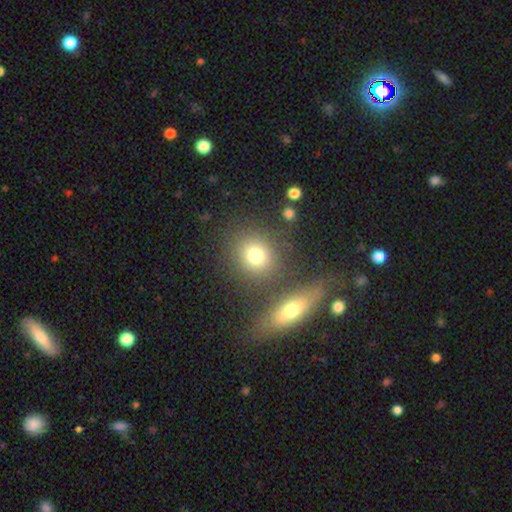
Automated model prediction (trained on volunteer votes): This is likely a smooth galaxy (76%). How rounded: clearly round (80%). Merging: likely none (74%).